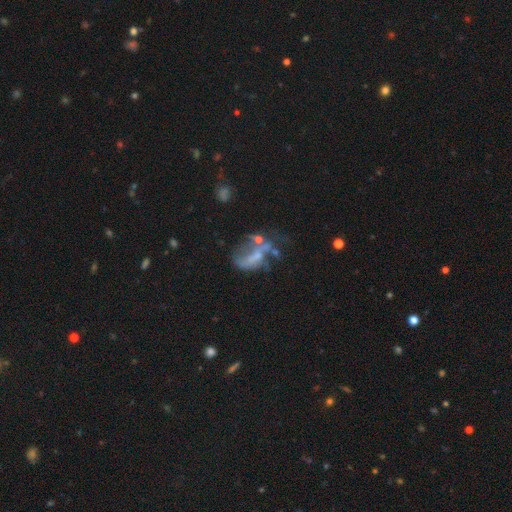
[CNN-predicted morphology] A featured or disk galaxy (59%) with no bar (69%), no spiral arms (68%) and no central bulge (48%).

Vote fractions:
- Smooth or featured? featured or disk: 59% / smooth: 24% / star or artifact: 17%
- Edge-on disk? no: 95% / yes: 5%
- Bar? no: 69% / weak: 22% / strong: 10%
- Spiral arms? no: 68% / yes: 32%
- Bulge size? none: 48% / small: 32% / moderate: 16% / large: 3% / dominant: 1%
- Merging? major disturbance: 38% / merger: 23% / none: 23% / minor disturbance: 16%